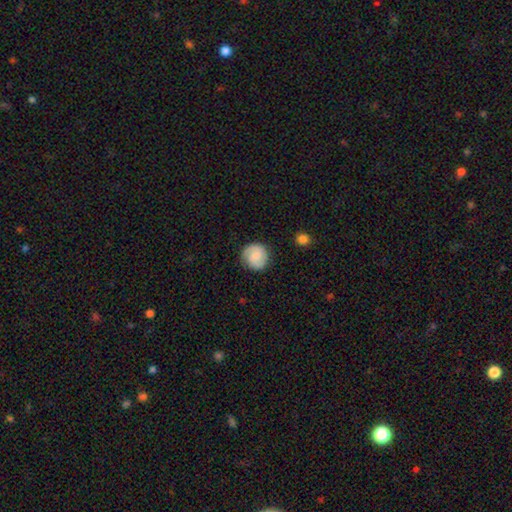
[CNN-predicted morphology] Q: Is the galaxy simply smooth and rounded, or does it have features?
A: smooth — 63%.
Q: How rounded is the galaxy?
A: round — 90%.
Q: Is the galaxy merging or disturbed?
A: none — 83%.